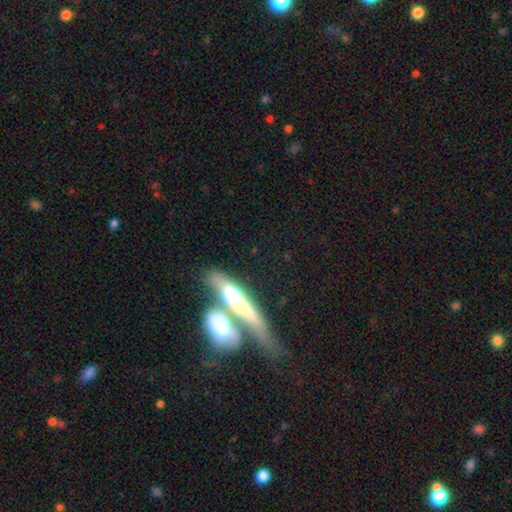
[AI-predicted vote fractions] The model was most divided on "merging": merger: 46%, none: 36%, minor disturbance: 11%, major disturbance: 8%. More confident: edge-on disk — yes (73%); smooth or featured — featured or disk (53%).